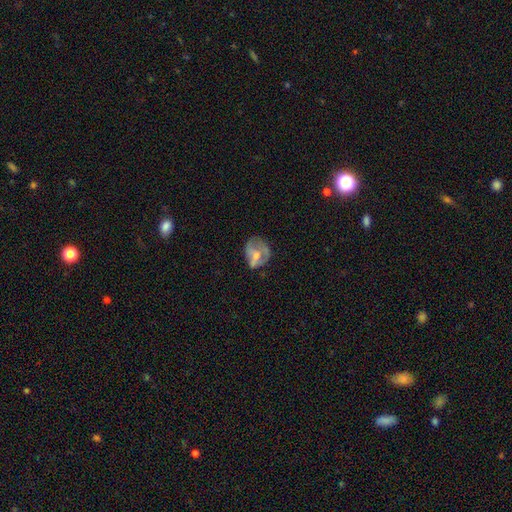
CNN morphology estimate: smooth_or_featured: featured or disk (p=0.52) [alt: smooth p=0.37]
disk_edge_on: no (p=0.96) [alt: yes p=0.04]
bar: no (p=0.63) [alt: weak p=0.27]
has_spiral_arms: no (p=0.66) [alt: yes p=0.34]
bulge_size: moderate (p=0.49) [alt: small p=0.39]
merging: none (p=0.40) [alt: major disturbance p=0.28]